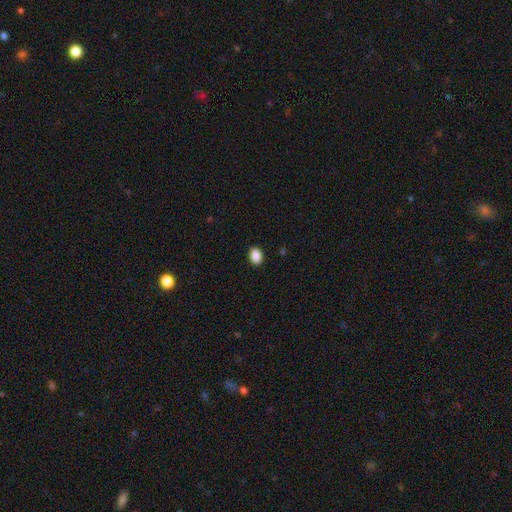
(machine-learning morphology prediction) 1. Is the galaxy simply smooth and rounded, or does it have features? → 89% smooth, 8% star or artifact, 3% featured or disk.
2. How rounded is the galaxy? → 70% in between, 29% round, 1% cigar-shaped.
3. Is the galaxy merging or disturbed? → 90% none, 7% minor disturbance, 2% major disturbance, 1% merger.